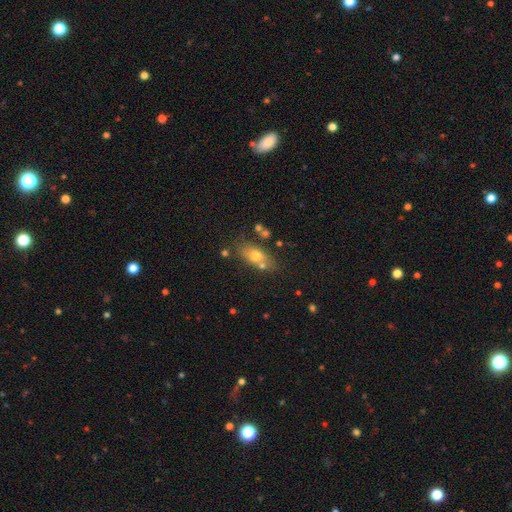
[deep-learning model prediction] smooth 68%, featured or disk 22%, star or artifact 10%. Down the decision tree: how rounded — in between (79%); merging — none (66%).